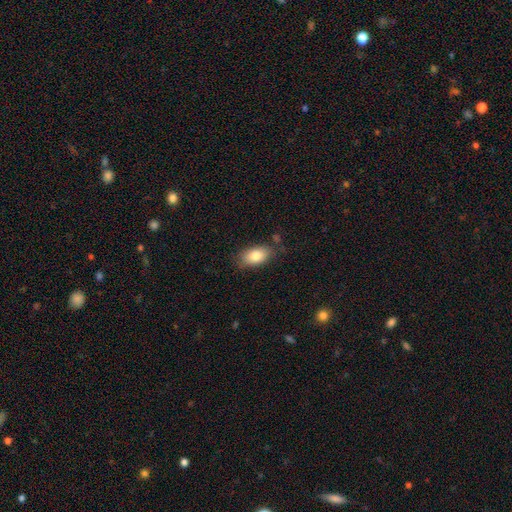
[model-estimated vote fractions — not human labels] Morphology: type=smooth (81%); roundness=in between (91%); merging=none (75%).